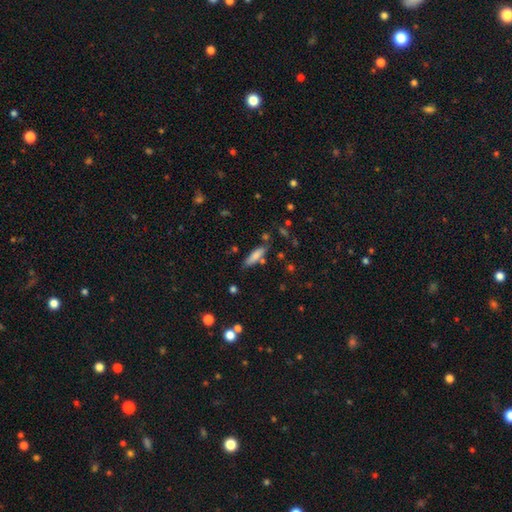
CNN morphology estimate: smooth-or-featured: smooth: 75% | featured or disk: 17% | star or artifact: 8%
  how-rounded: cigar-shaped: 64% | in between: 35% | round: 2%
  merging: none: 74% | minor disturbance: 15% | merger: 7% | major disturbance: 4%